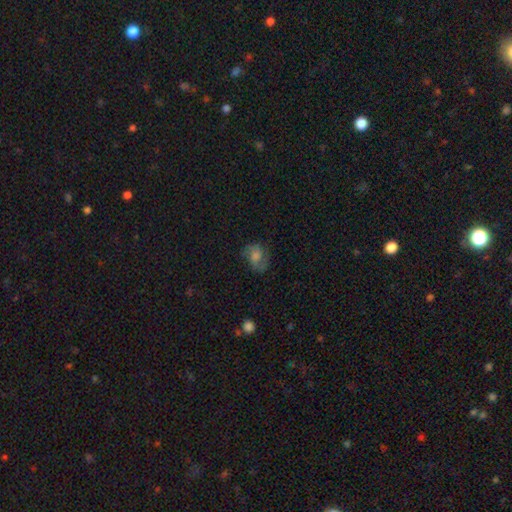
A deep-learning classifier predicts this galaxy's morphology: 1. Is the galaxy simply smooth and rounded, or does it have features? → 47% featured or disk, 40% smooth, 13% star or artifact.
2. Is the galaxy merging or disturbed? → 69% none, 20% minor disturbance, 10% major disturbance, 1% merger.